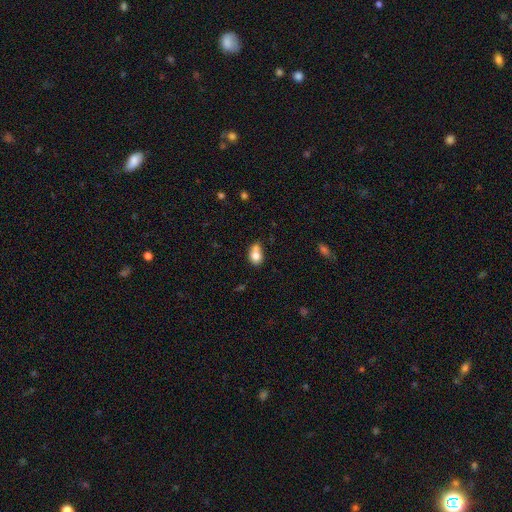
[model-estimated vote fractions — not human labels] Smooth or featured? Predicted: smooth (p=0.76). How rounded? Predicted: in between (p=0.63). Merging? Predicted: merger (p=0.39).